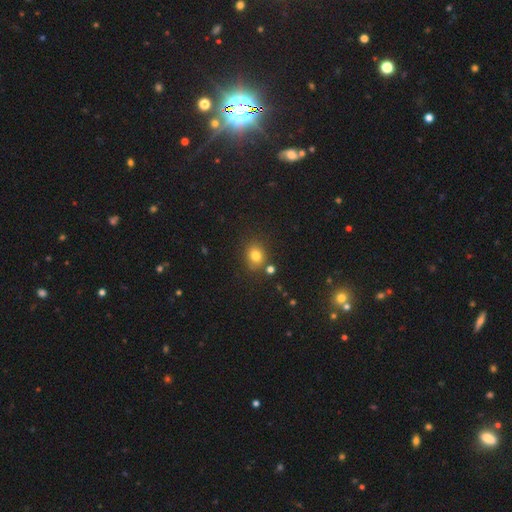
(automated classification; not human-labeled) Morphology: type=smooth (78%); roundness=round (67%); merging=none (77%).